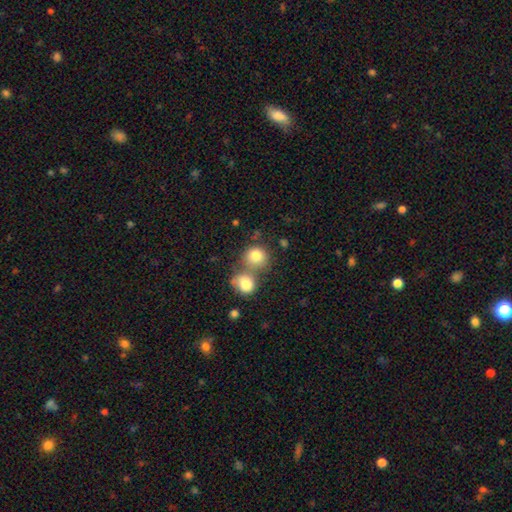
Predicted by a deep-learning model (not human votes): Morphology: type=smooth (81%); roundness=round (81%); merging=merger (45%).